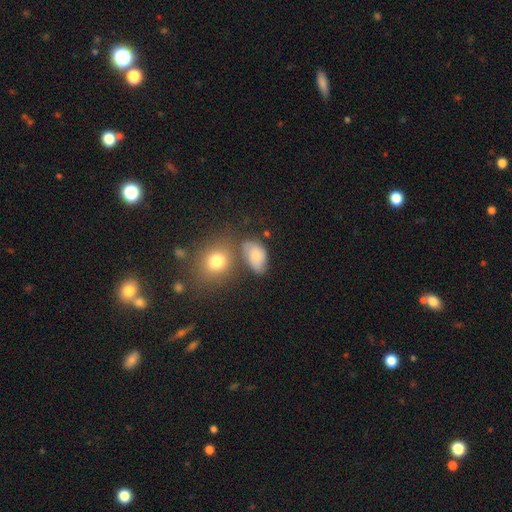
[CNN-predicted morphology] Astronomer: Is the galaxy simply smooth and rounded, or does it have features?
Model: smooth — 71%.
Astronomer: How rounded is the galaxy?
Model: in between — 81%.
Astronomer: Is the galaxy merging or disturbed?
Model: none — 53%.